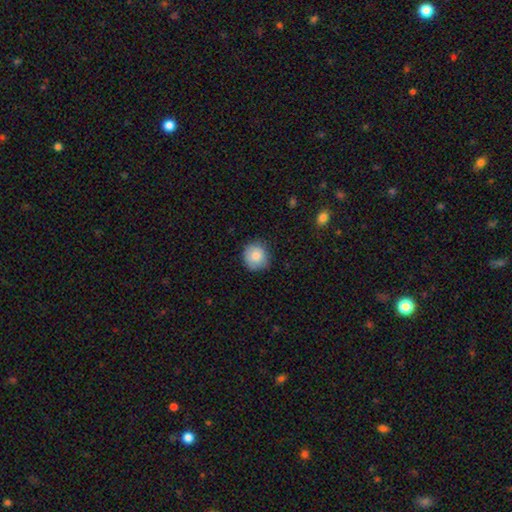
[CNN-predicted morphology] This is clearly a smooth galaxy (85%). How rounded: clearly round (88%). Merging: clearly none (82%).